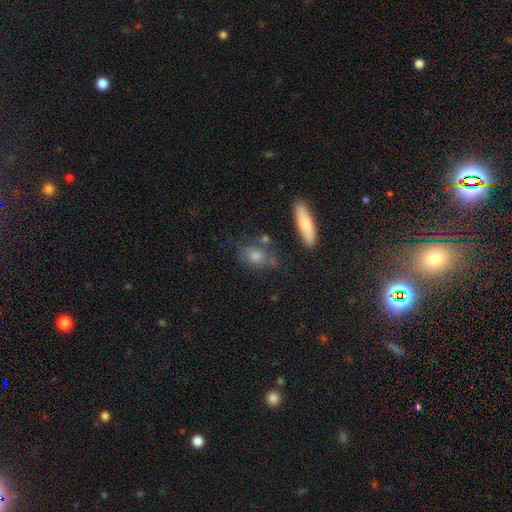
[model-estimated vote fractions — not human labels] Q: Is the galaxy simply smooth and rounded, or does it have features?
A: smooth — 63%.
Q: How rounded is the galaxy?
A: in between — 65%.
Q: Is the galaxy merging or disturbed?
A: none — 66%.